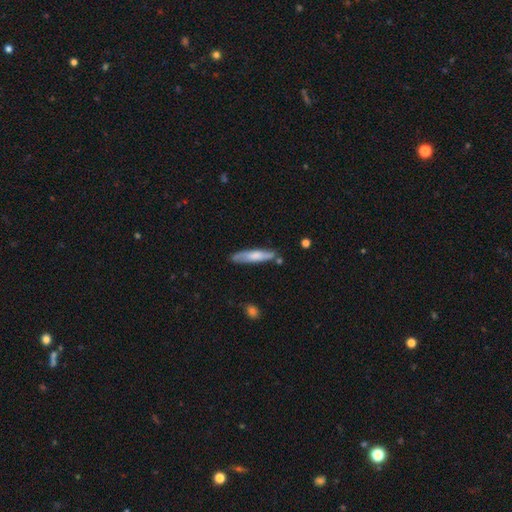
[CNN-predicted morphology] Smooth or featured? Predicted: smooth (p=0.66). How rounded? Predicted: cigar-shaped (p=0.85). Merging? Predicted: none (p=0.74).